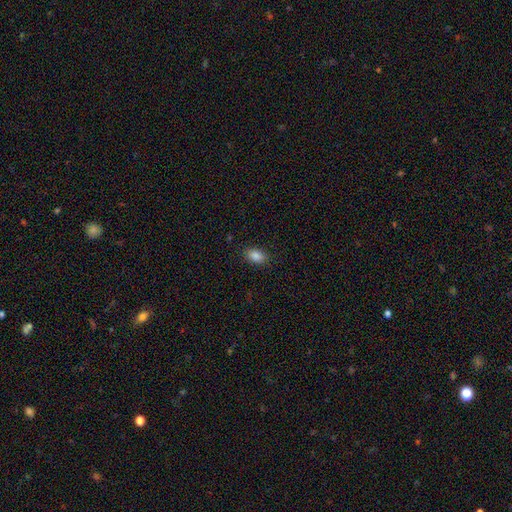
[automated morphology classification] This is clearly a smooth galaxy (86%). How rounded: clearly in between (89%). Merging: clearly none (88%).